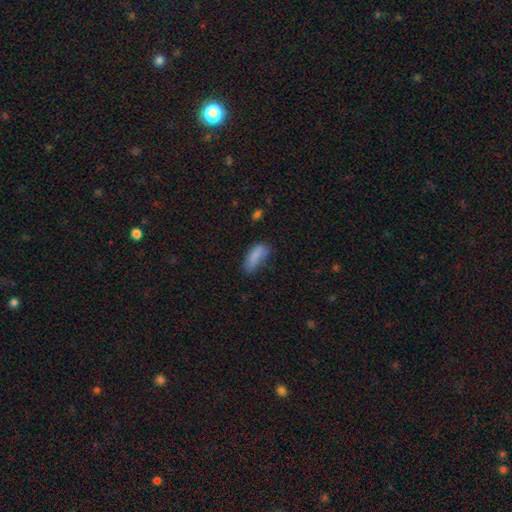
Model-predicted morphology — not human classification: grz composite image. It shows a smooth galaxy with no disk features (82%) that is in between round and cigar-shaped (73%). Merging: none (48%).